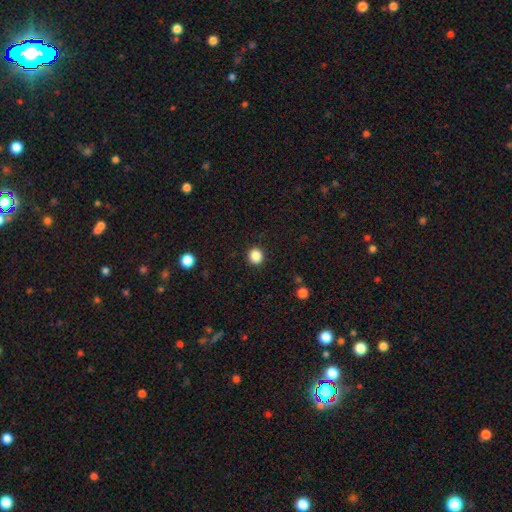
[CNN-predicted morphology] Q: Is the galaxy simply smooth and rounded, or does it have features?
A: smooth — 87%.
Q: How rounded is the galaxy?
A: round — 89%.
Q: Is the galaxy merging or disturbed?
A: none — 91%.